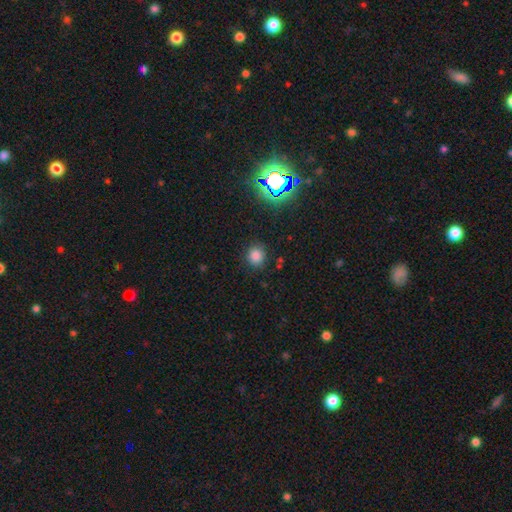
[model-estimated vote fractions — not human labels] The model was most divided on "smooth or featured": smooth: 78%, star or artifact: 18%, featured or disk: 5%. More confident: merging — none (86%); how rounded — round (85%).